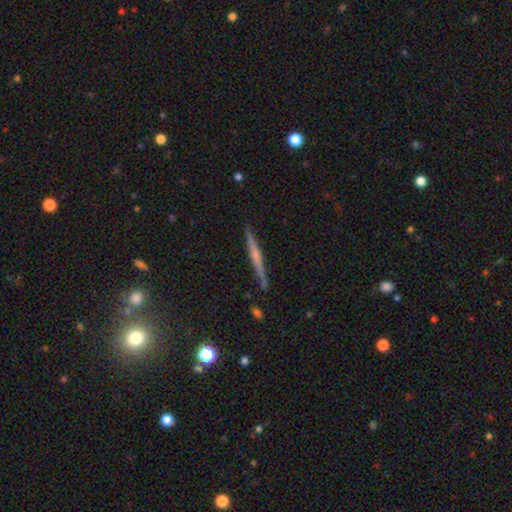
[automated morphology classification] Q: Smooth or featured?
A: featured or disk (68%); runner-up: smooth (25%)
Q: Edge-on disk?
A: yes (98%); runner-up: no (2%)
Q: Edge-on bulge?
A: rounded (62%); runner-up: none (27%)
Q: Merging?
A: none (89%); runner-up: minor disturbance (7%)